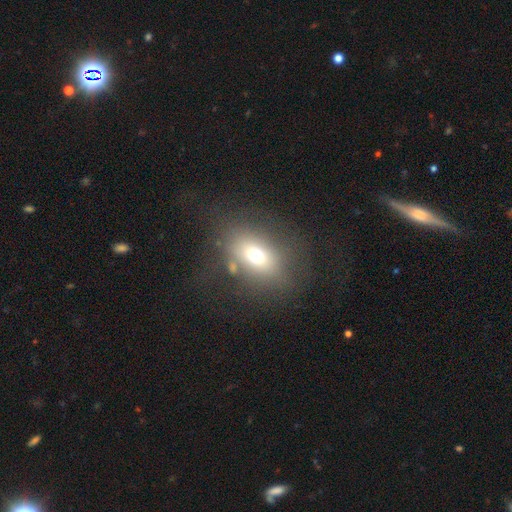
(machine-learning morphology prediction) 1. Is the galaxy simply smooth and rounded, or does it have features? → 67% smooth, 18% featured or disk, 16% star or artifact.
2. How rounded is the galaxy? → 66% in between, 32% round, 2% cigar-shaped.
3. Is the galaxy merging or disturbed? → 68% none, 14% minor disturbance, 12% major disturbance, 6% merger.